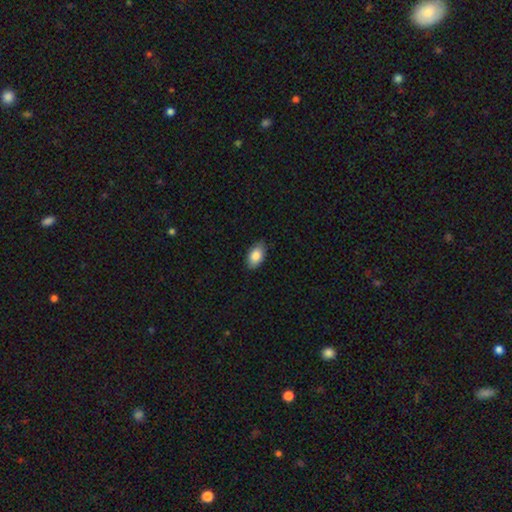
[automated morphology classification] Smooth or featured? smooth (85%)
How rounded? in between (92%)
Merging? none (85%)